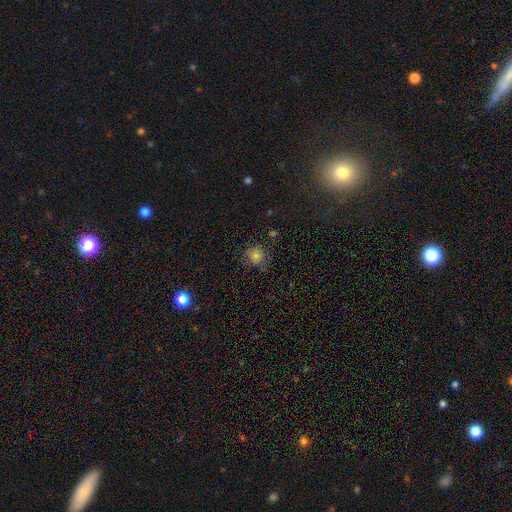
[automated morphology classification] Smooth or featured? smooth (73%)
How rounded? round (87%)
Merging? none (74%)